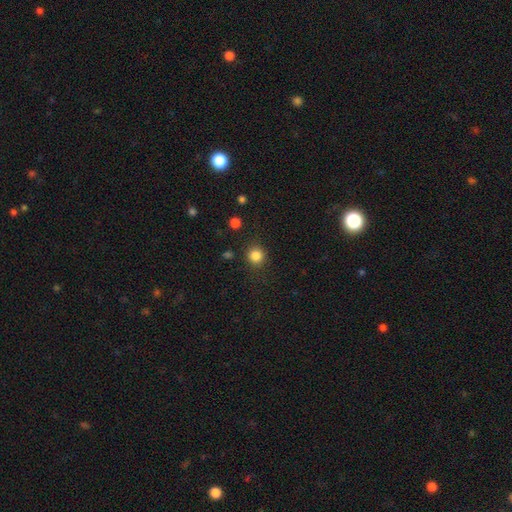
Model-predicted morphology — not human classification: smooth-or-featured: smooth: 84% | star or artifact: 12% | featured or disk: 4%
  how-rounded: round: 90% | in between: 9% | cigar-shaped: 1%
  merging: none: 87% | minor disturbance: 8% | major disturbance: 3% | merger: 2%